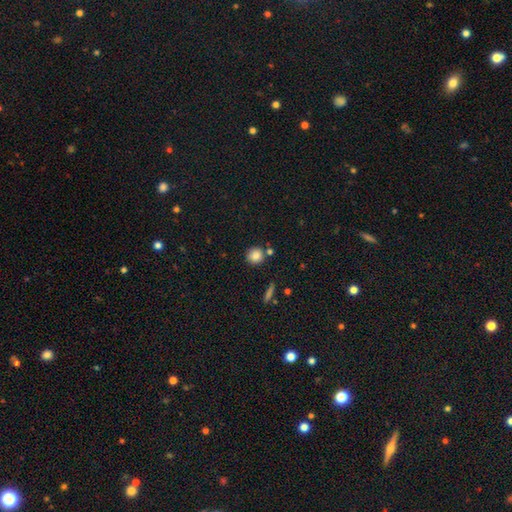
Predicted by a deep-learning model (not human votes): This appears to be a smooth galaxy with no disk features (85%) that is round (89%). Merging: none (76%).